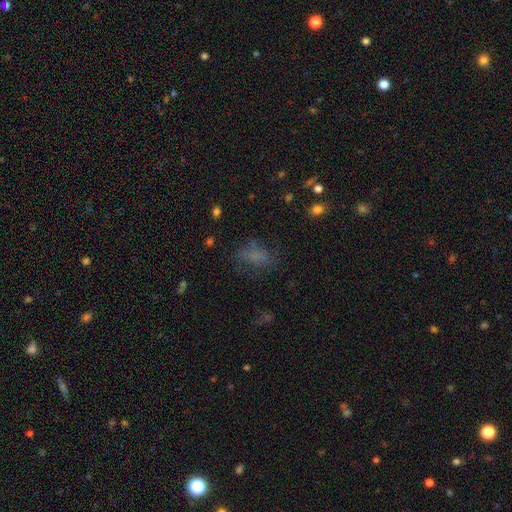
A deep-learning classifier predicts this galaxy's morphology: This appears to be a smooth galaxy with no disk features (66%) that is in between round and cigar-shaped (82%). Merging: none (58%).